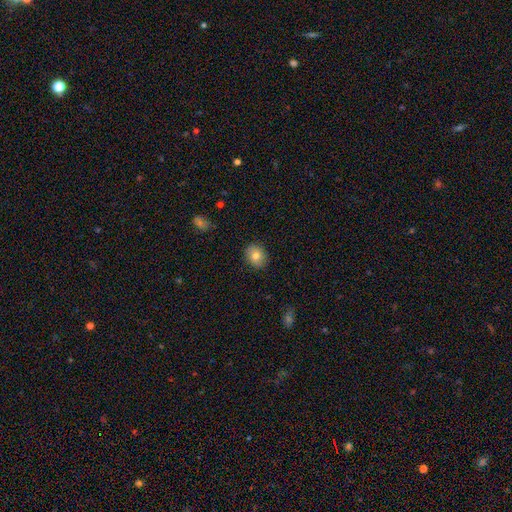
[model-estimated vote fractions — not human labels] smooth 78%, featured or disk 13%, star or artifact 9%. Down the decision tree: how rounded — round (58%); merging — none (86%).